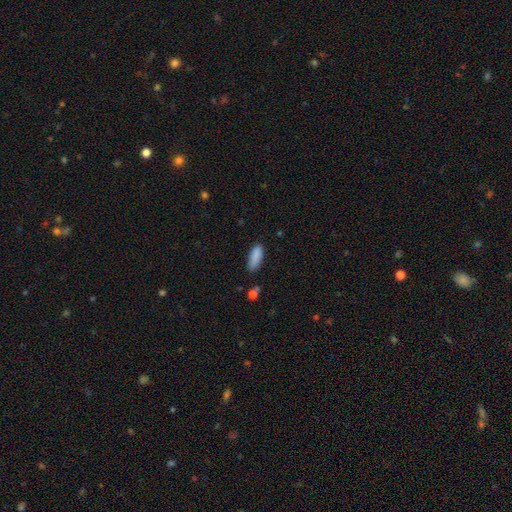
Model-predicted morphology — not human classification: smooth-or-featured: smooth: 87% | star or artifact: 7% | featured or disk: 5%
  how-rounded: in between: 67% | cigar-shaped: 31% | round: 2%
  merging: none: 72% | minor disturbance: 21% | major disturbance: 4% | merger: 3%